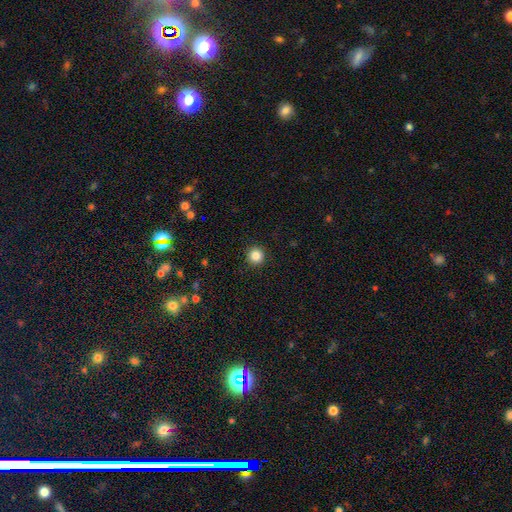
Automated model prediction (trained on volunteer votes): Q: Smooth or featured?
A: smooth (85%); runner-up: star or artifact (11%)
Q: How rounded?
A: round (95%); runner-up: in between (4%)
Q: Merging?
A: none (93%); runner-up: minor disturbance (5%)